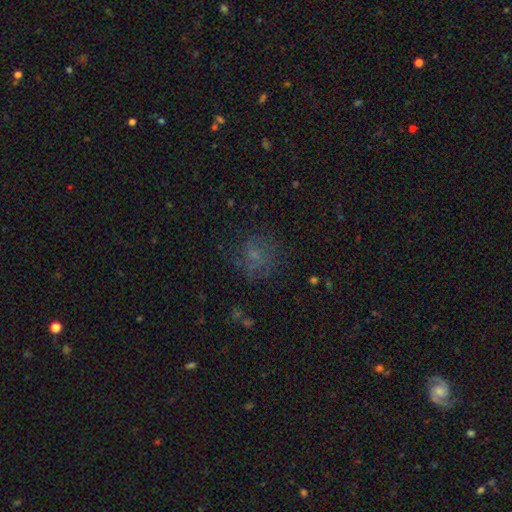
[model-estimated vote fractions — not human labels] A smooth galaxy with no disk features (51%) that is round (77%).

Vote fractions:
- Smooth or featured? smooth: 51% / featured or disk: 25% / star or artifact: 24%
- How rounded? round: 77% / in between: 22% / cigar-shaped: 1%
- Merging? none: 64% / minor disturbance: 18% / major disturbance: 16% / merger: 2%